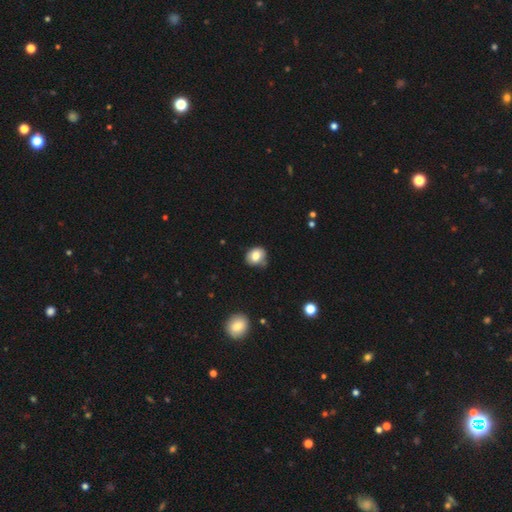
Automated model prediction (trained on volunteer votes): A smooth galaxy with no disk features (77%) that is round (67%).

Vote fractions:
- Smooth or featured? smooth: 77% / featured or disk: 13% / star or artifact: 9%
- How rounded? round: 67% / in between: 32% / cigar-shaped: 1%
- Merging? none: 68% / minor disturbance: 24% / major disturbance: 5% / merger: 3%